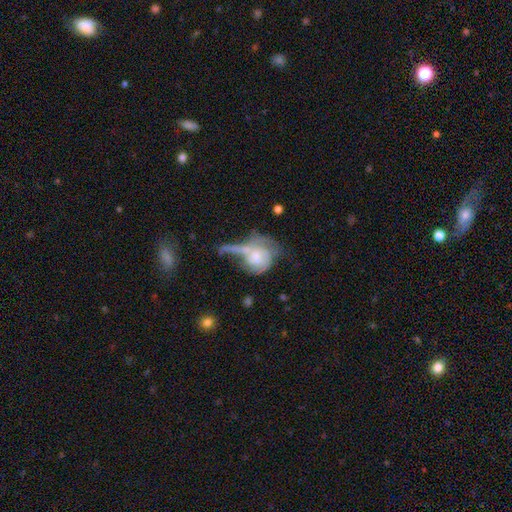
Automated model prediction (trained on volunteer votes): smooth_or_featured: featured or disk (p=0.48) [alt: smooth p=0.45]
merging: merger (p=0.36) [alt: major disturbance p=0.24]